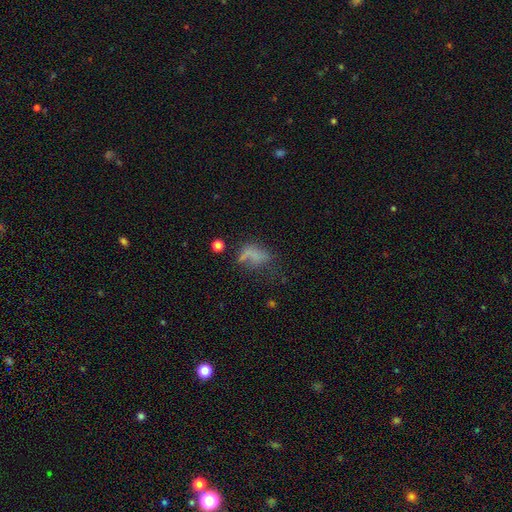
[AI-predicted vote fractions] This is possibly a smooth galaxy (54%). How rounded: likely in between (77%). Merging: marginally major disturbance (36%).